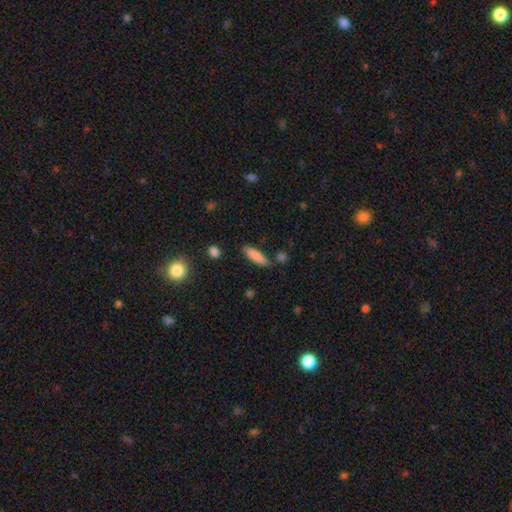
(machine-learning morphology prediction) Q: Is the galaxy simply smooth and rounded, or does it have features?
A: smooth — 85%.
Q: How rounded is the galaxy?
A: cigar-shaped — 56%.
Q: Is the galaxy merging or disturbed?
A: none — 77%.